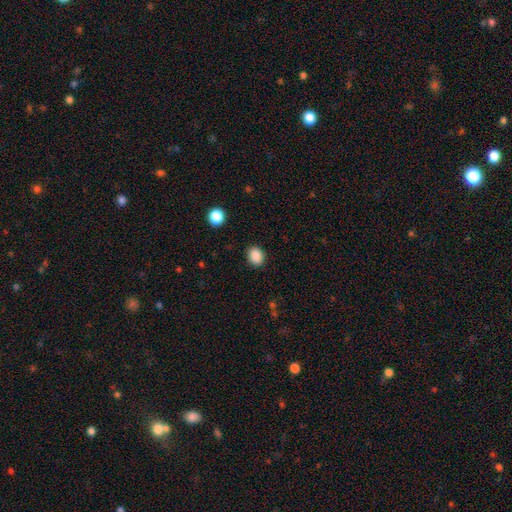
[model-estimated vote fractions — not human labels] smooth-or-featured: smooth: 88% | star or artifact: 9% | featured or disk: 3%
  how-rounded: round: 51% | in between: 48% | cigar-shaped: 1%
  merging: none: 88% | minor disturbance: 8% | major disturbance: 2% | merger: 1%